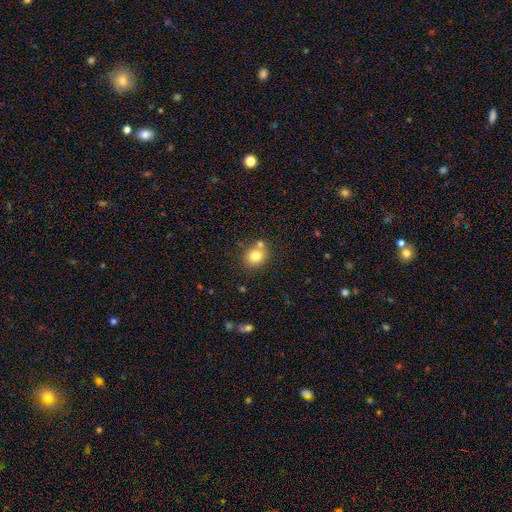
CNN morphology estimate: Smooth or featured? Predicted: smooth (p=0.78). How rounded? Predicted: round (p=0.74). Merging? Predicted: none (p=0.65).